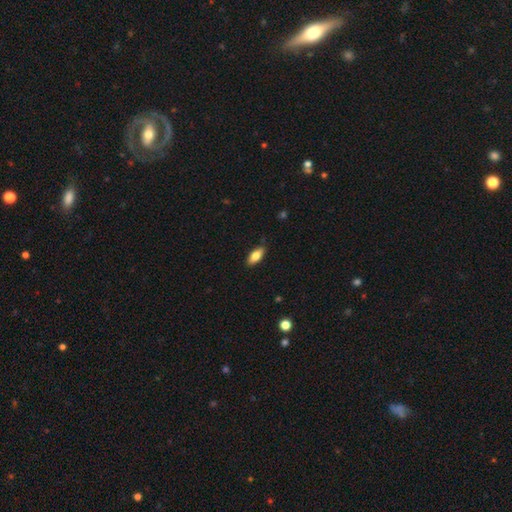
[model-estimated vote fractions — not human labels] Q: Smooth or featured?
A: smooth (78%); runner-up: featured or disk (16%)
Q: How rounded?
A: in between (84%); runner-up: cigar-shaped (13%)
Q: Merging?
A: none (85%); runner-up: minor disturbance (12%)